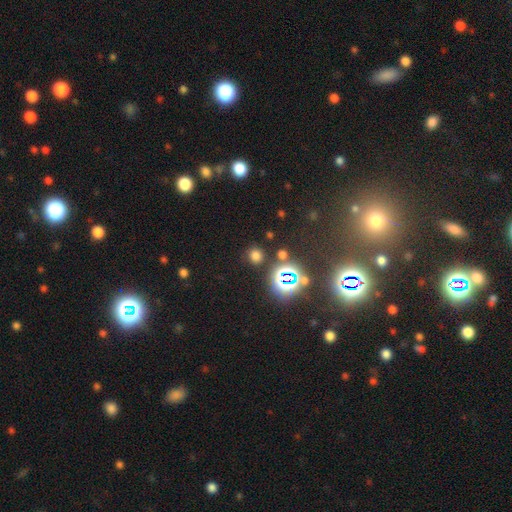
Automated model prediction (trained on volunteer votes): smooth 62%, star or artifact 32%, featured or disk 6%. Down the decision tree: how rounded — round (86%); merging — none (84%).